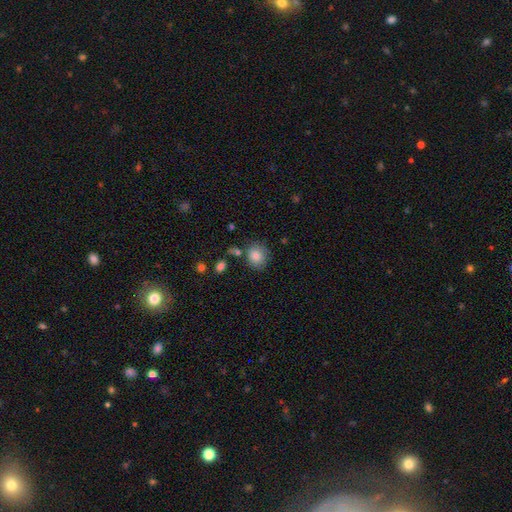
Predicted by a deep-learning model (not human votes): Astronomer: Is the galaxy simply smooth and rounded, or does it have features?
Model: smooth — 84%.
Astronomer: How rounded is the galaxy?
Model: round — 71%.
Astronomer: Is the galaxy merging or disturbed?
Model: none — 73%.